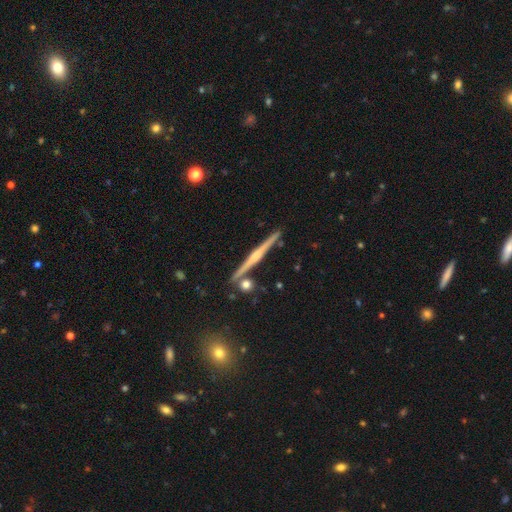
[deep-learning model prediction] A featured or disk galaxy (79%) viewed edge-on (98%) with a rounded central bulge (72%). Merging: none (88%).